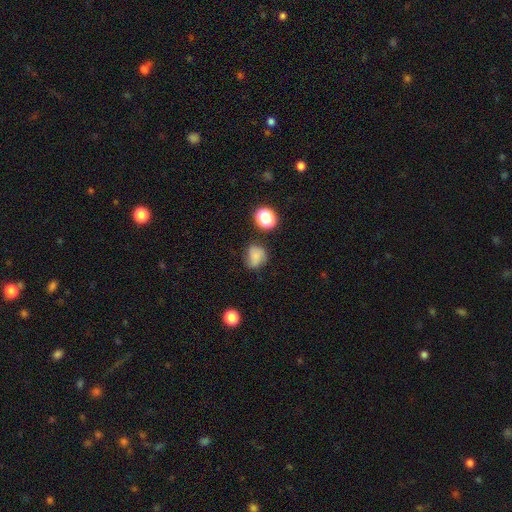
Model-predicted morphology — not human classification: smooth-or-featured: smooth: 74% | star or artifact: 14% | featured or disk: 12%
  how-rounded: round: 62% | in between: 36% | cigar-shaped: 1%
  merging: none: 59% | minor disturbance: 27% | major disturbance: 8% | merger: 5%